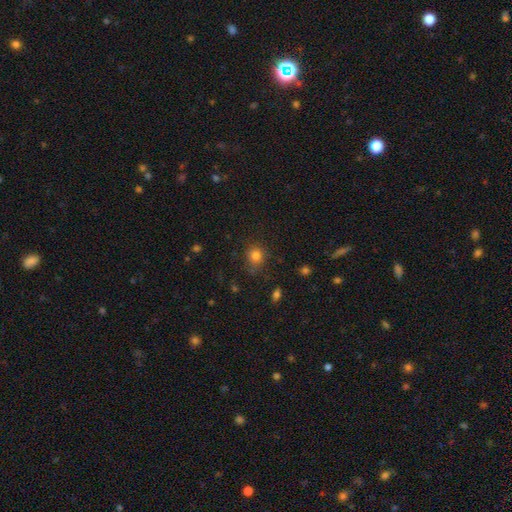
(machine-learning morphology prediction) smooth-or-featured: smooth: 81% | star or artifact: 13% | featured or disk: 6%
  how-rounded: round: 81% | in between: 18% | cigar-shaped: 1%
  merging: none: 80% | minor disturbance: 14% | major disturbance: 5% | merger: 2%